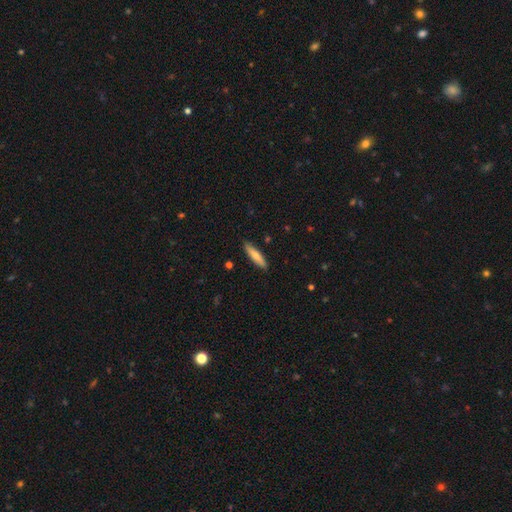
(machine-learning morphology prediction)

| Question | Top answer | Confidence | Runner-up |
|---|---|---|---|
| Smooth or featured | smooth | 72% | featured or disk (22%) |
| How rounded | cigar-shaped | 81% | in between (18%) |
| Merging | none | 89% | minor disturbance (8%) |